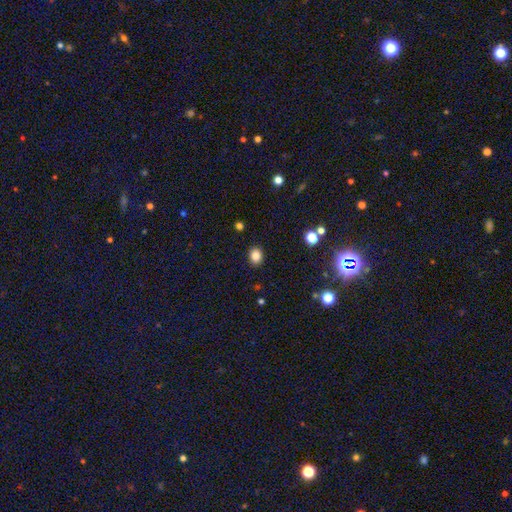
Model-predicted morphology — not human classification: A smooth galaxy with no disk features (84%) that is round (55%).

Vote fractions:
- Smooth or featured? smooth: 84% / star or artifact: 11% / featured or disk: 4%
- How rounded? round: 55% / in between: 44% / cigar-shaped: 1%
- Merging? none: 90% / minor disturbance: 7% / major disturbance: 2% / merger: 1%